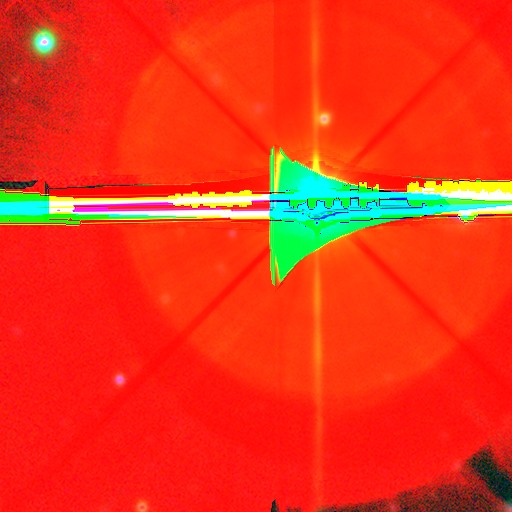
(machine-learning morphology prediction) Overall: star or artifact (90%).